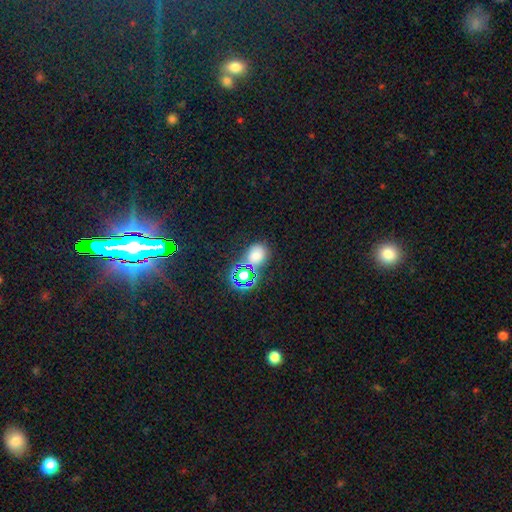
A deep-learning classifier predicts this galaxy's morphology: smooth_or_featured: smooth (p=0.63) [alt: star or artifact p=0.30]
how_rounded: round (p=0.55) [alt: in between p=0.43]
merging: none (p=0.68) [alt: merger p=0.14]